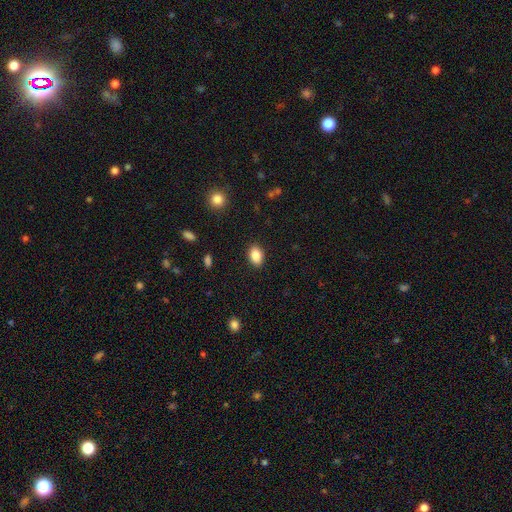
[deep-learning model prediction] Smooth or featured: smooth — 86% (star or artifact — 8%)
How rounded: in between — 82% (round — 16%)
Merging: none — 89% (minor disturbance — 8%)